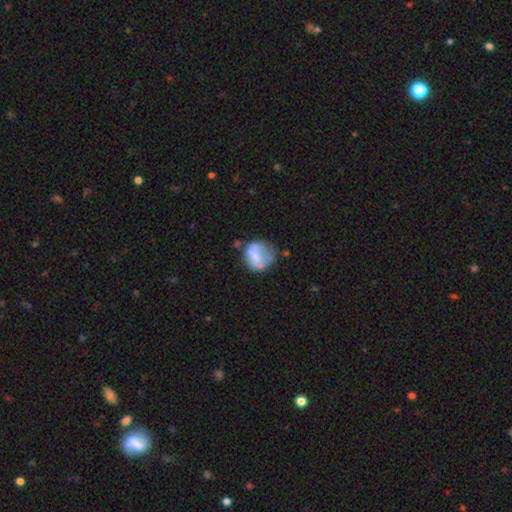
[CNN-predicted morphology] smooth_or_featured: smooth (p=0.55) [alt: featured or disk p=0.36]
how_rounded: round (p=0.74) [alt: in between p=0.25]
merging: none (p=0.42) [alt: minor disturbance p=0.27]